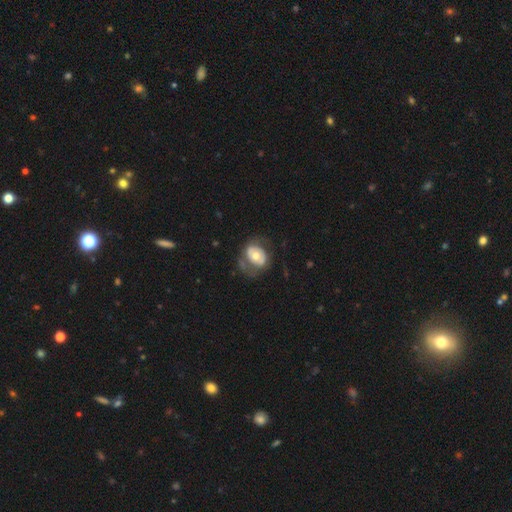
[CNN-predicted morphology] Q: Smooth or featured?
A: featured or disk (51%); runner-up: smooth (44%)
Q: Edge-on disk?
A: no (95%); runner-up: yes (5%)
Q: Merging?
A: none (52%); runner-up: minor disturbance (23%)